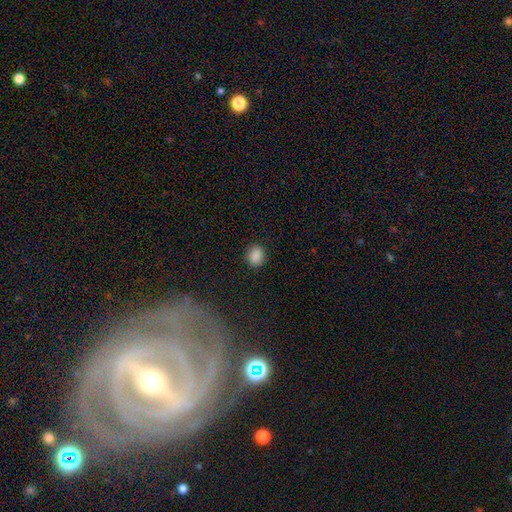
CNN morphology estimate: Smooth or featured? smooth (87%)
How rounded? round (62%)
Merging? none (87%)